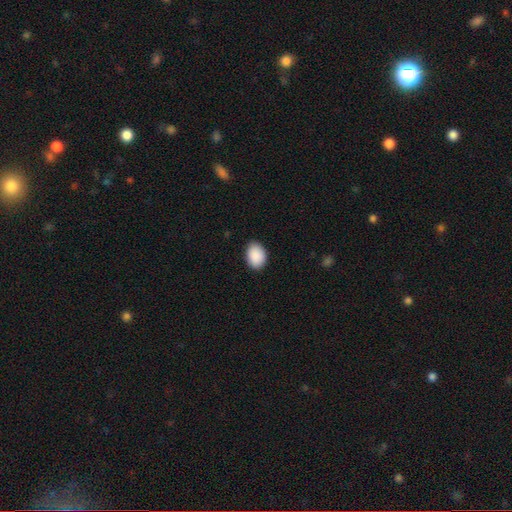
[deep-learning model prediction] This appears to be a smooth galaxy with no disk features (90%) that is in between round and cigar-shaped (80%). Merging: none (85%).